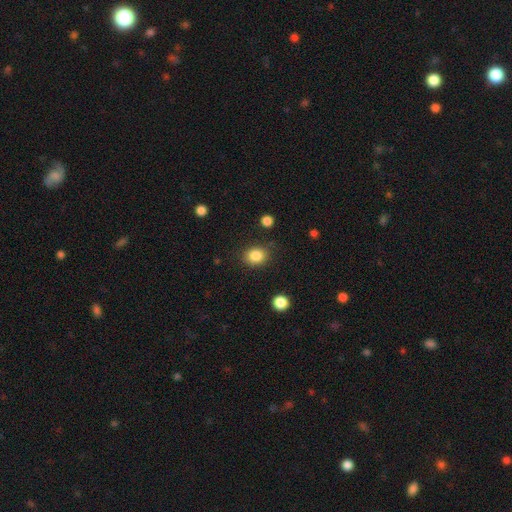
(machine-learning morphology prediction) smooth_or_featured: smooth (p=0.85) [alt: star or artifact p=0.10]
how_rounded: round (p=0.58) [alt: in between p=0.41]
merging: none (p=0.83) [alt: minor disturbance p=0.11]